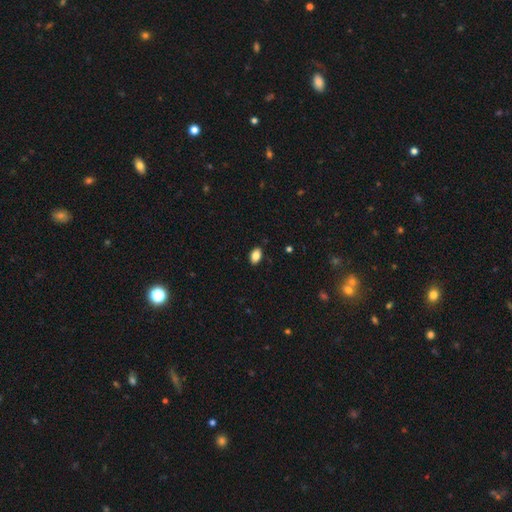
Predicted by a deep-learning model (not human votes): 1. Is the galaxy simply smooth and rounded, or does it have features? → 86% smooth, 8% star or artifact, 6% featured or disk.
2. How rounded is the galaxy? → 88% in between, 11% round, 1% cigar-shaped.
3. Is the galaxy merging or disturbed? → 88% none, 9% minor disturbance, 2% major disturbance, 1% merger.